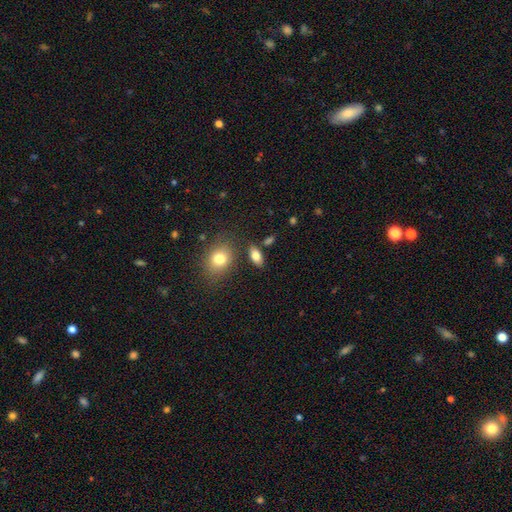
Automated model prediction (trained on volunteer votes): A smooth galaxy with no disk features (79%) that is in between round and cigar-shaped (85%).

Vote fractions:
- Smooth or featured? smooth: 79% / featured or disk: 12% / star or artifact: 9%
- How rounded? in between: 85% / cigar-shaped: 8% / round: 7%
- Merging? none: 80% / minor disturbance: 10% / merger: 7% / major disturbance: 3%